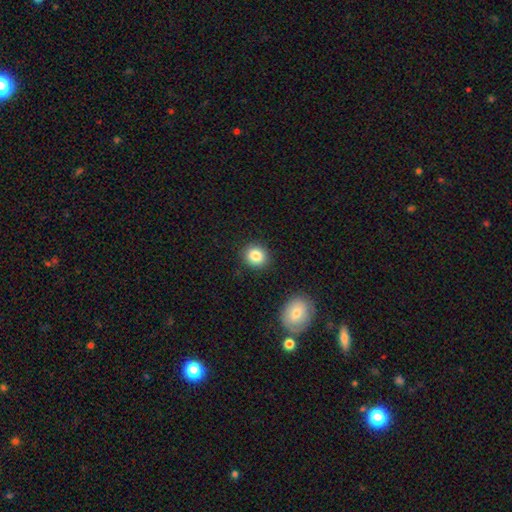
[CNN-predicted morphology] Smooth or featured? Predicted: smooth (p=0.84). How rounded? Predicted: round (p=0.83). Merging? Predicted: none (p=0.89).